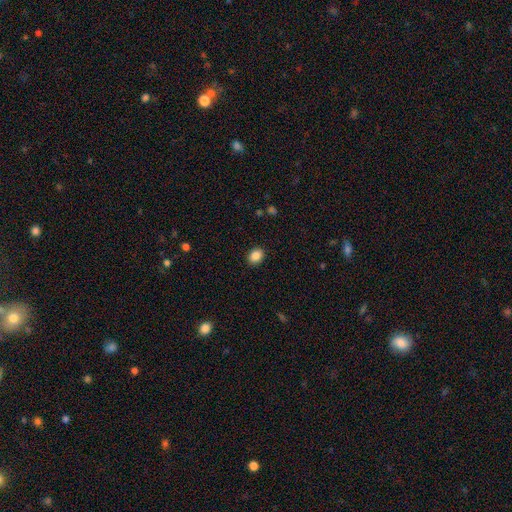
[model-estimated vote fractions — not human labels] This is clearly a smooth galaxy (87%). How rounded: possibly in between (55%). Merging: clearly none (90%).